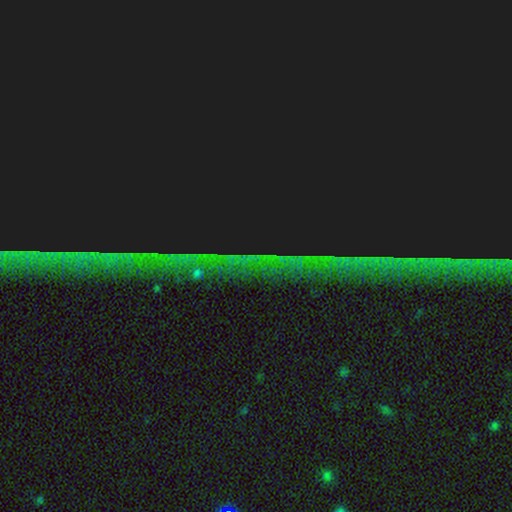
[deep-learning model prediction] This appears to be a star or artifact, not a galaxy (87%).